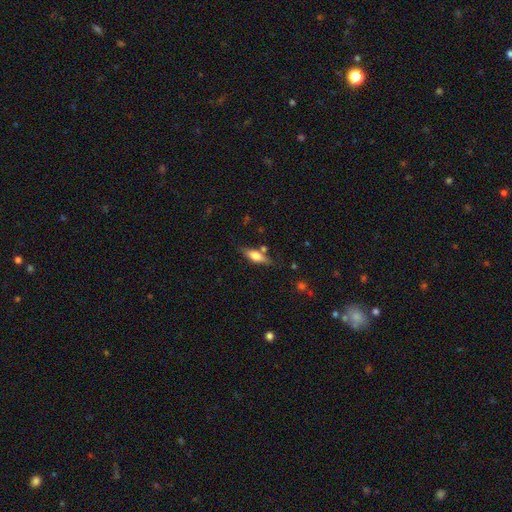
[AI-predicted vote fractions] smooth_or_featured: smooth (p=0.55) [alt: featured or disk p=0.37]
how_rounded: in between (p=0.51) [alt: cigar-shaped p=0.46]
merging: none (p=0.74) [alt: minor disturbance p=0.15]